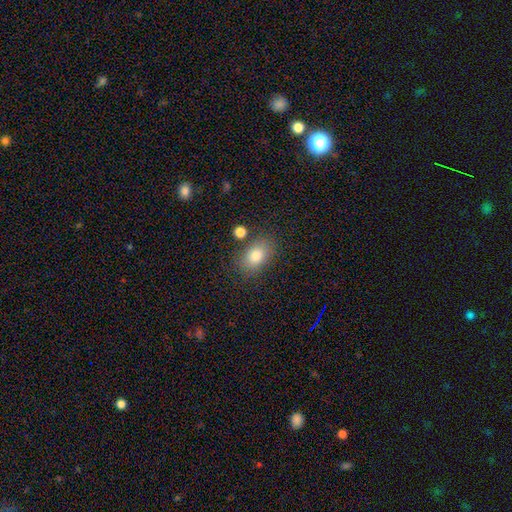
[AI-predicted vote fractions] Q: Smooth or featured?
A: smooth (80%); runner-up: star or artifact (10%)
Q: How rounded?
A: in between (81%); runner-up: round (18%)
Q: Merging?
A: none (80%); runner-up: minor disturbance (12%)